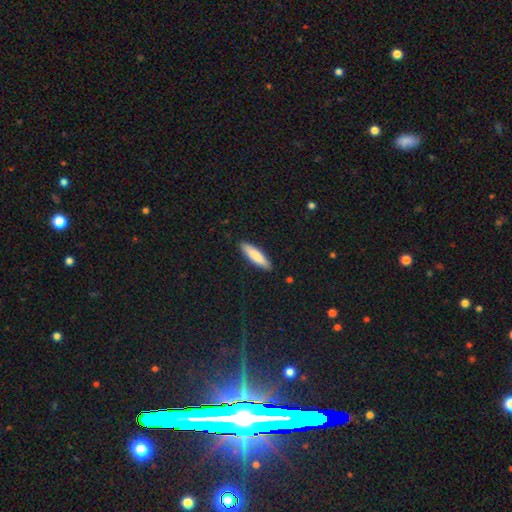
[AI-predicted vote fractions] smooth 84%, featured or disk 11%, star or artifact 5%. Down the decision tree: how rounded — cigar-shaped (71%); merging — none (89%).